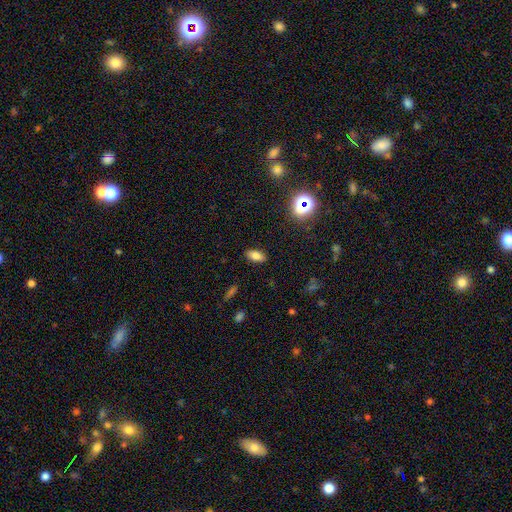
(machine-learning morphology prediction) This is likely a smooth galaxy (78%). How rounded: clearly in between (89%). Merging: clearly none (88%).